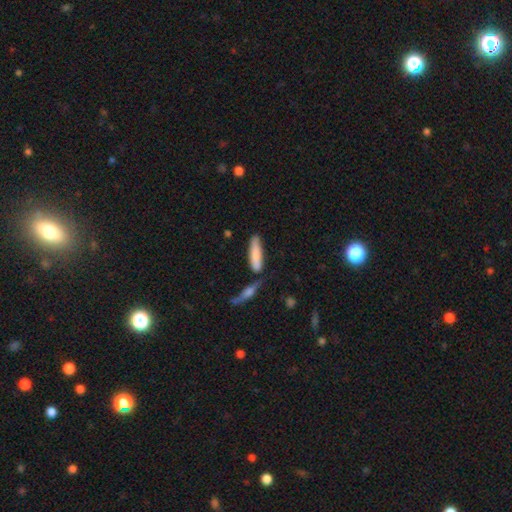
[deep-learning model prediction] Smooth or featured: smooth — 81% (featured or disk — 14%)
How rounded: cigar-shaped — 71% (in between — 27%)
Merging: none — 65% (merger — 16%)